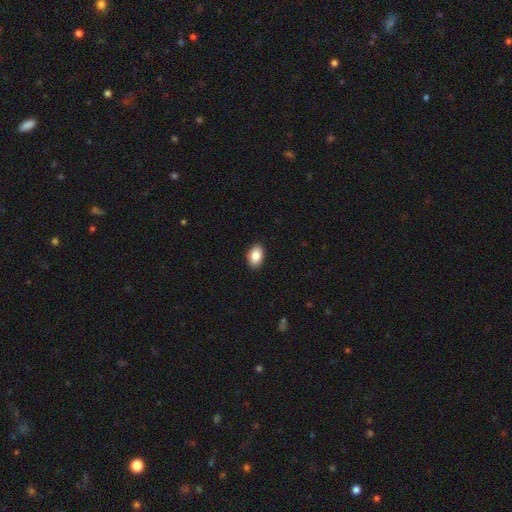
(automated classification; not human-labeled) smooth_or_featured: smooth (p=0.86) [alt: star or artifact p=0.08]
how_rounded: in between (p=0.86) [alt: round p=0.13]
merging: none (p=0.90) [alt: minor disturbance p=0.07]